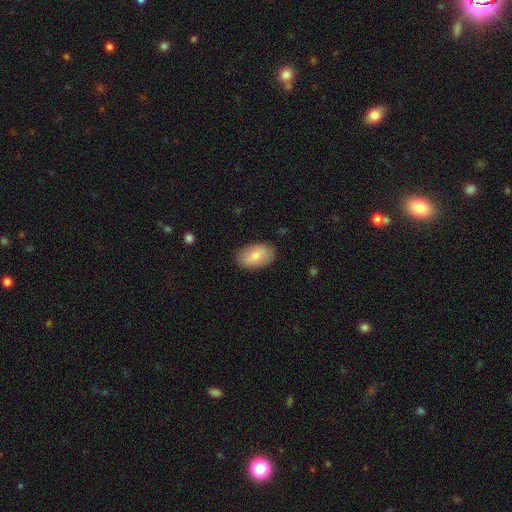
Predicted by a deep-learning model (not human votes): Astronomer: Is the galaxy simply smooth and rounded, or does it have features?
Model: smooth — 79%.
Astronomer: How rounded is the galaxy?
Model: in between — 92%.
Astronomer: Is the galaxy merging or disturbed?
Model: none — 86%.